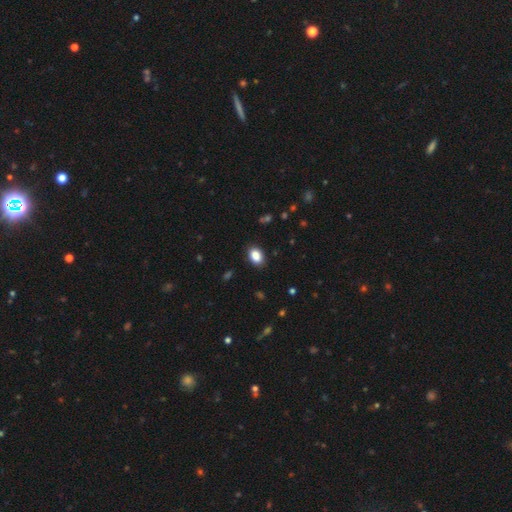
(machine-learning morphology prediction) This appears to be a smooth galaxy with no disk features (88%) that is in between round and cigar-shaped (83%). Merging: none (88%).